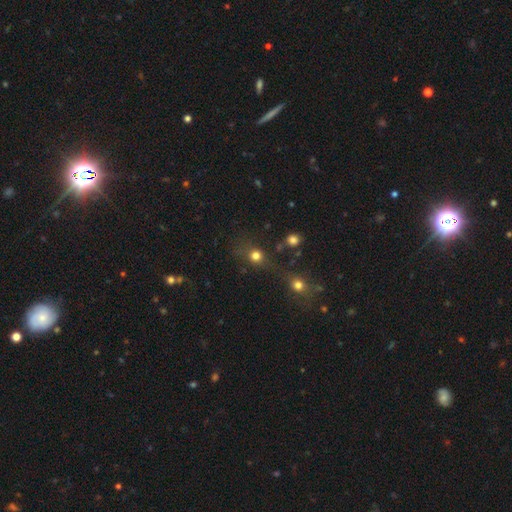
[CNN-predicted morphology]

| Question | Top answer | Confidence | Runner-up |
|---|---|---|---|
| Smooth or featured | smooth | 73% | star or artifact (19%) |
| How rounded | round | 86% | in between (13%) |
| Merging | none | 54% | merger (27%) |